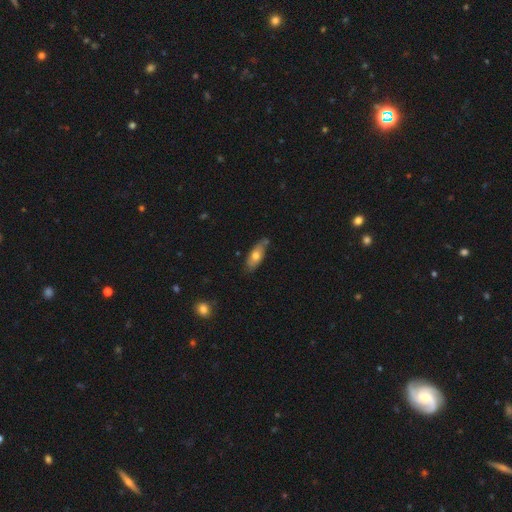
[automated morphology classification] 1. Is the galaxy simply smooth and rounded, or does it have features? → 63% smooth, 31% featured or disk, 6% star or artifact.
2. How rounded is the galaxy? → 74% in between, 23% cigar-shaped, 3% round.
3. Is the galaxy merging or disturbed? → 69% none, 22% minor disturbance, 5% merger, 4% major disturbance.